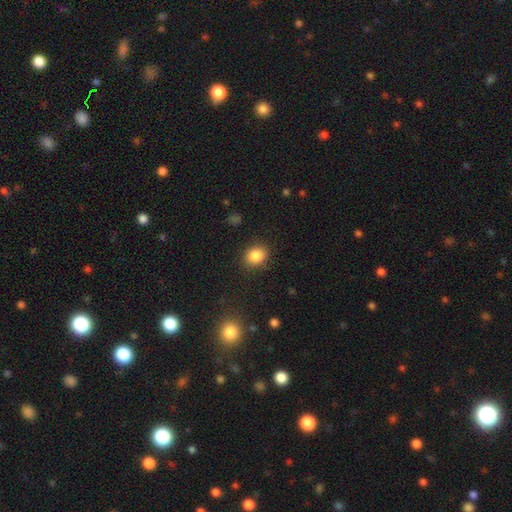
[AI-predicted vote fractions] This is clearly a smooth galaxy (86%). How rounded: possibly round (50%). Merging: clearly none (87%).